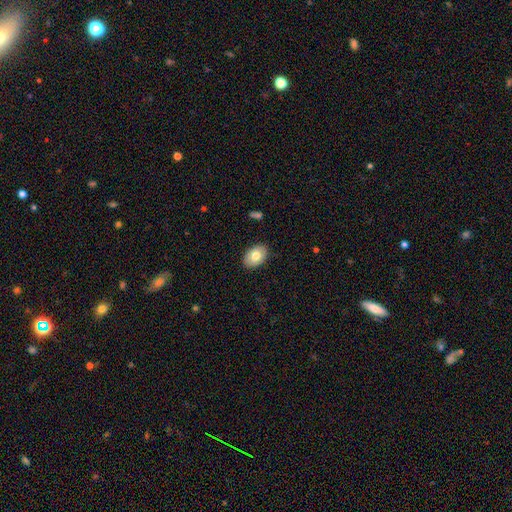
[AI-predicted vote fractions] Smooth or featured? Predicted: smooth (p=0.77). How rounded? Predicted: in between (p=0.84). Merging? Predicted: none (p=0.88).